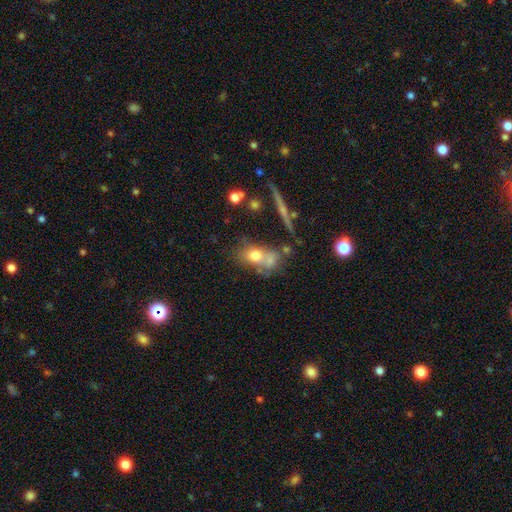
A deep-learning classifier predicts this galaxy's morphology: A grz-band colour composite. It shows a smooth galaxy with no disk features (58%) that is in between round and cigar-shaped (63%). Merging: none (39%).